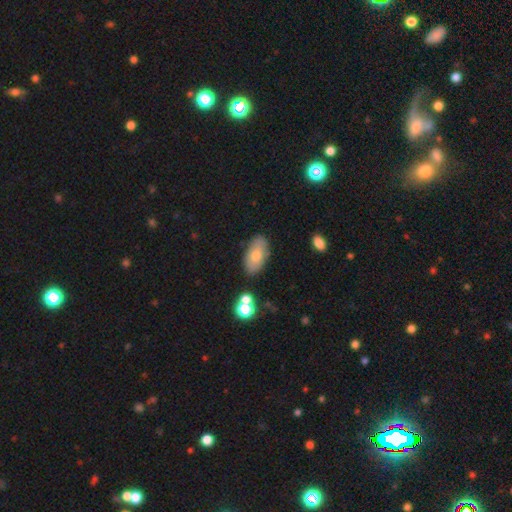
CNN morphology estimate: A smooth galaxy with no disk features (69%) that is in between round and cigar-shaped (93%).

Vote fractions:
- Smooth or featured? smooth: 69% / featured or disk: 23% / star or artifact: 8%
- How rounded? in between: 93% / round: 4% / cigar-shaped: 3%
- Merging? none: 81% / minor disturbance: 12% / merger: 4% / major disturbance: 3%